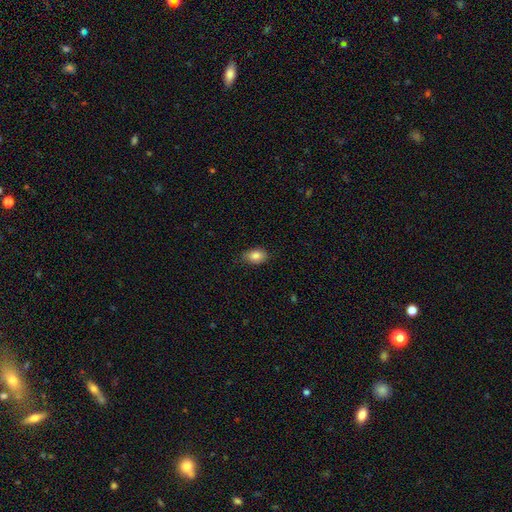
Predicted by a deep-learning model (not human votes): smooth 85%, star or artifact 8%, featured or disk 7%. Down the decision tree: how rounded — in between (86%); merging — none (77%).